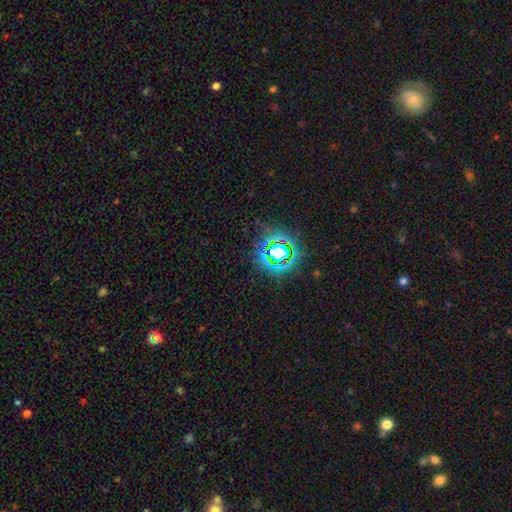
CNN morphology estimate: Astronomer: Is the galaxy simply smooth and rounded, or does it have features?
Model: star or artifact — 70%.